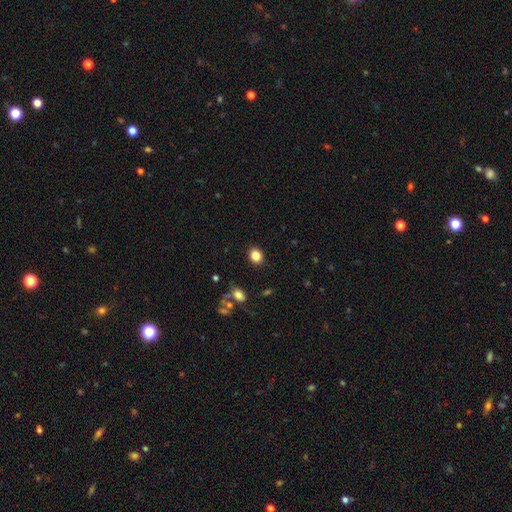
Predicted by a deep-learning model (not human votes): A smooth galaxy with no disk features (84%) that is round (54%). Merging: none (89%).